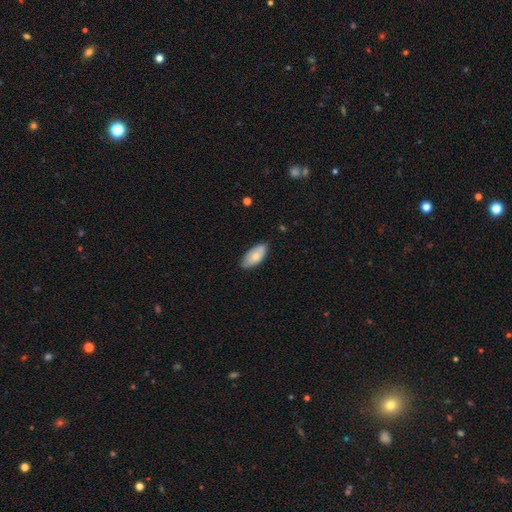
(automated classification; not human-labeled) This appears to be a smooth galaxy with no disk features (76%) that is in between round and cigar-shaped (91%). Merging: none (76%).